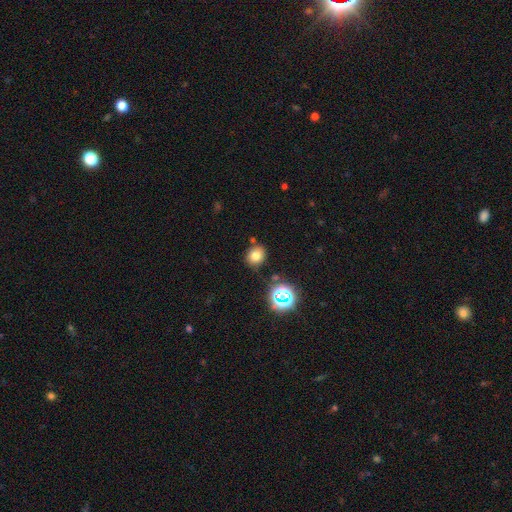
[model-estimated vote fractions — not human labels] Smooth or featured?
  - smooth: 72% *
  - star or artifact: 19%
  - featured or disk: 9%
How rounded?
  - round: 71% *
  - in between: 28%
  - cigar-shaped: 1%
Merging?
  - none: 79% *
  - minor disturbance: 11%
  - merger: 6%
  - major disturbance: 3%